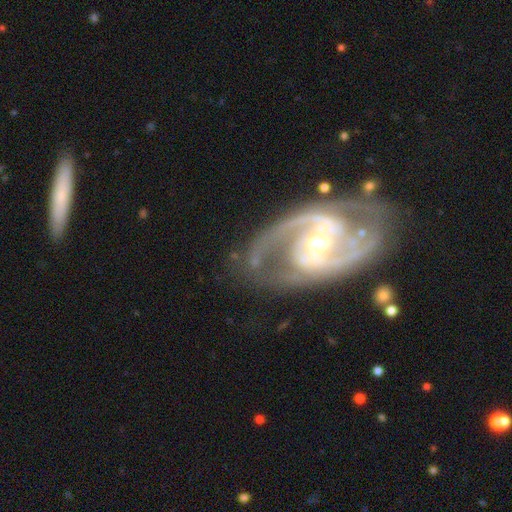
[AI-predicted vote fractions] Overall: featured or disk (91%). Edge-on disk: no (97%). Bar: weak (41%; strong 32%). Spiral arms: yes (97%). Spiral arm count: 2 (82%). Spiral winding: medium (57%; tight 29%). Bulge size: small (51%; moderate 44%). Merging: none (71%).